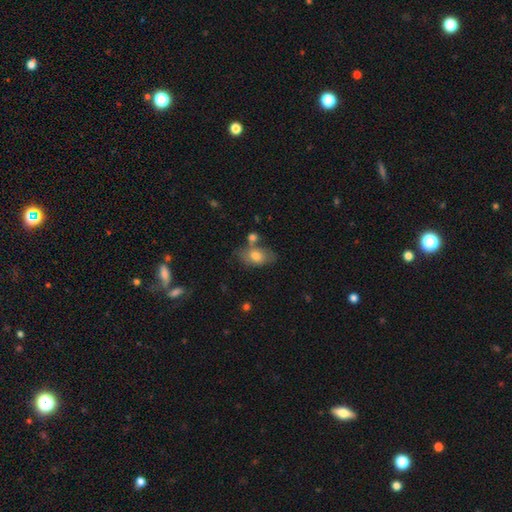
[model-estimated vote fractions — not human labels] Smooth or featured?
  - smooth: 73% *
  - featured or disk: 19%
  - star or artifact: 8%
How rounded?
  - in between: 85% *
  - round: 13%
  - cigar-shaped: 2%
Merging?
  - none: 50% *
  - merger: 21%
  - minor disturbance: 21%
  - major disturbance: 8%